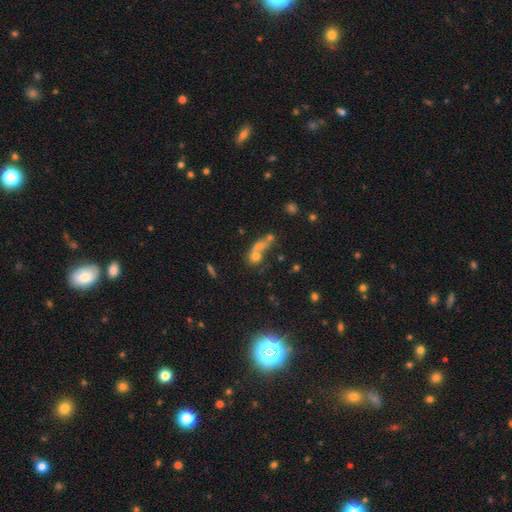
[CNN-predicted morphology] Smooth or featured?
  - smooth: 62% *
  - featured or disk: 21%
  - star or artifact: 18%
How rounded?
  - round: 54% *
  - in between: 35%
  - cigar-shaped: 11%
Merging?
  - merger: 50% *
  - none: 28%
  - major disturbance: 12%
  - minor disturbance: 10%